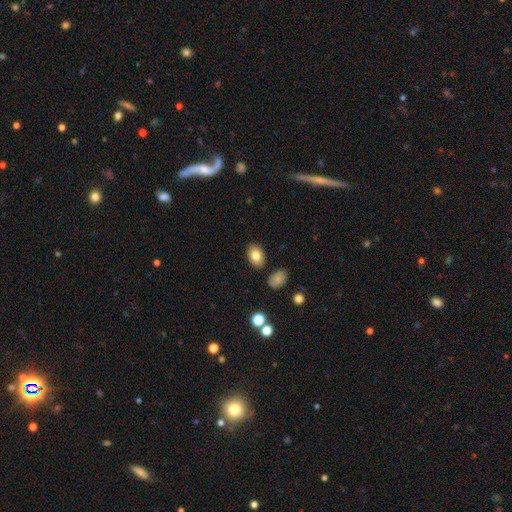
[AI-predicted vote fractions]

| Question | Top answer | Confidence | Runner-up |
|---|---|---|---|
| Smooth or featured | smooth | 81% | featured or disk (11%) |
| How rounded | in between | 85% | round (14%) |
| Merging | none | 86% | minor disturbance (9%) |